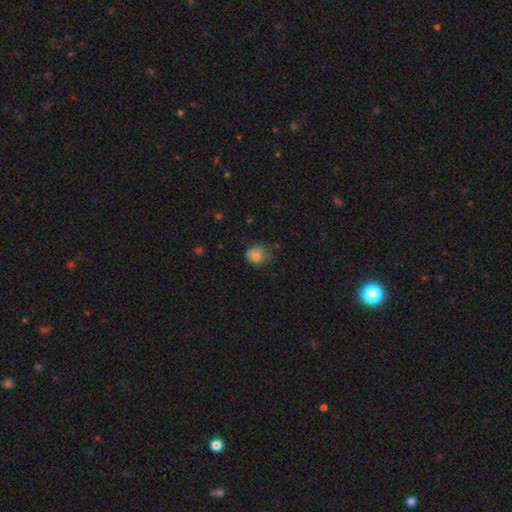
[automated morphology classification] Smooth or featured: smooth — 77% (featured or disk — 13%)
How rounded: in between — 50% (round — 49%)
Merging: none — 43% (minor disturbance — 37%)